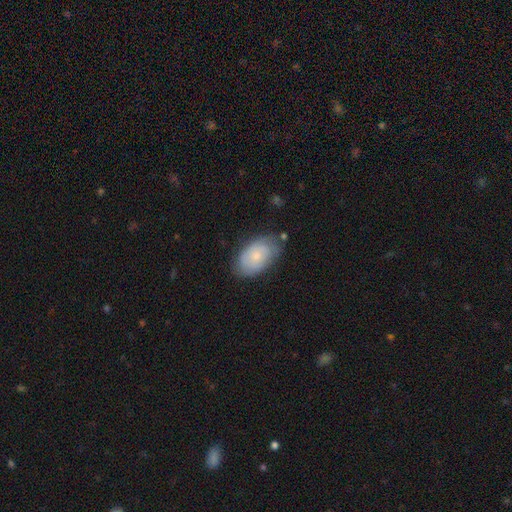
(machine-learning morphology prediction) Smooth or featured? Predicted: smooth (p=0.60). How rounded? Predicted: in between (p=0.92). Merging? Predicted: none (p=0.69).